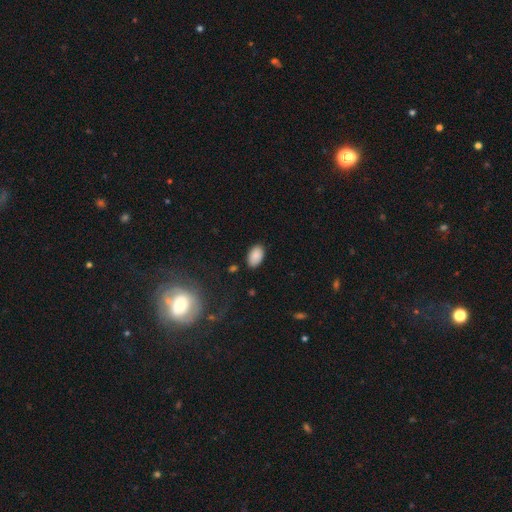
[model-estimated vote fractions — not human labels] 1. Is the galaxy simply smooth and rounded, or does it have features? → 87% smooth, 8% star or artifact, 5% featured or disk.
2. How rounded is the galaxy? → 94% in between, 5% round, 1% cigar-shaped.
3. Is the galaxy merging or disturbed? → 85% none, 11% minor disturbance, 2% major disturbance, 1% merger.